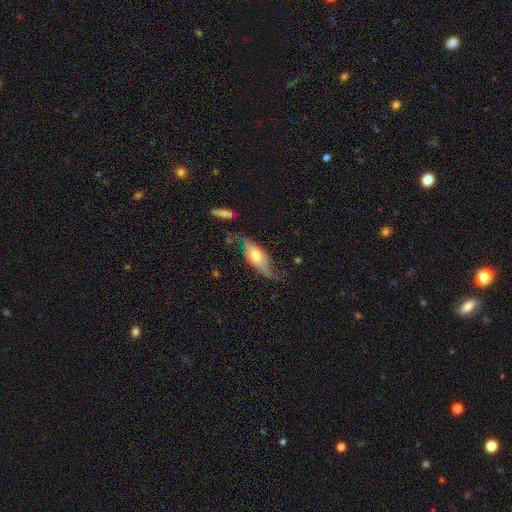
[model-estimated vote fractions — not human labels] smooth_or_featured: featured or disk (p=0.58) [alt: smooth p=0.35]
disk_edge_on: no (p=0.66) [alt: yes p=0.34]
merging: none (p=0.53) [alt: minor disturbance p=0.28]